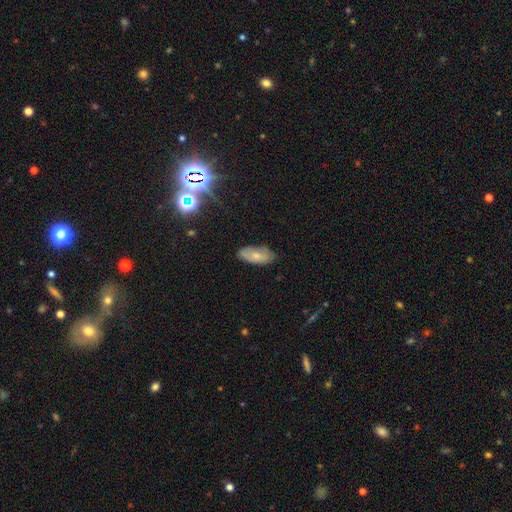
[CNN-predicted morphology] This is likely a smooth galaxy (68%). How rounded: clearly in between (90%). Merging: likely none (76%).